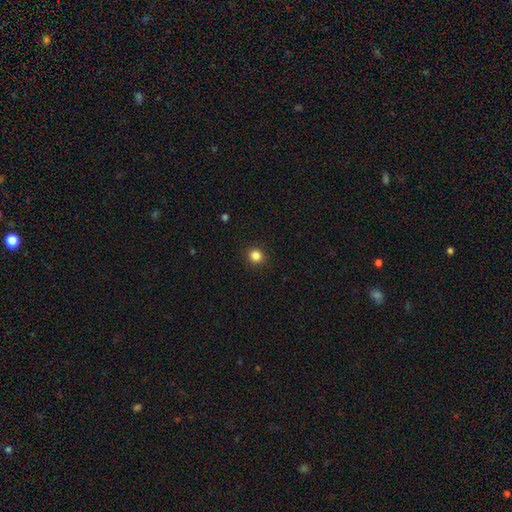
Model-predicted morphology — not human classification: Smooth or featured?
  - smooth: 85% *
  - star or artifact: 12%
  - featured or disk: 4%
How rounded?
  - round: 89% *
  - in between: 10%
  - cigar-shaped: 1%
Merging?
  - none: 91% *
  - minor disturbance: 6%
  - major disturbance: 2%
  - merger: 1%